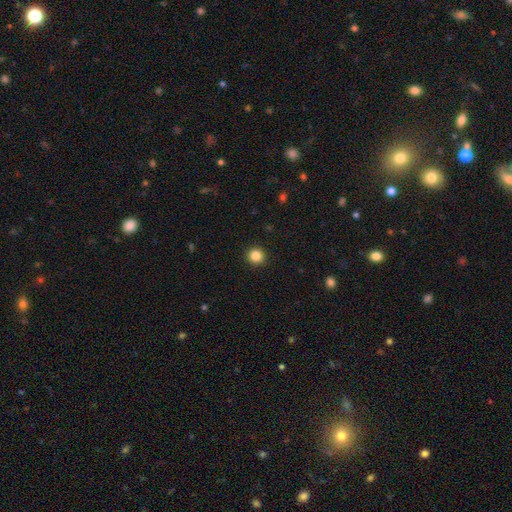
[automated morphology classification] The model was most divided on "smooth or featured": smooth: 85%, star or artifact: 11%, featured or disk: 4%. More confident: merging — none (93%); how rounded — round (93%).